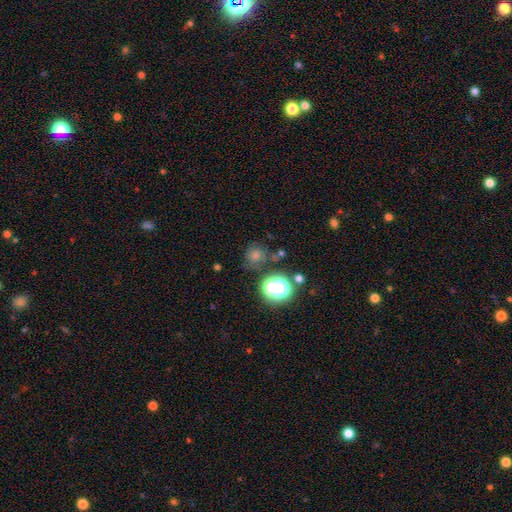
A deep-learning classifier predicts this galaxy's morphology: A smooth galaxy with no disk features (66%) that is round (83%). Merging: none (68%).